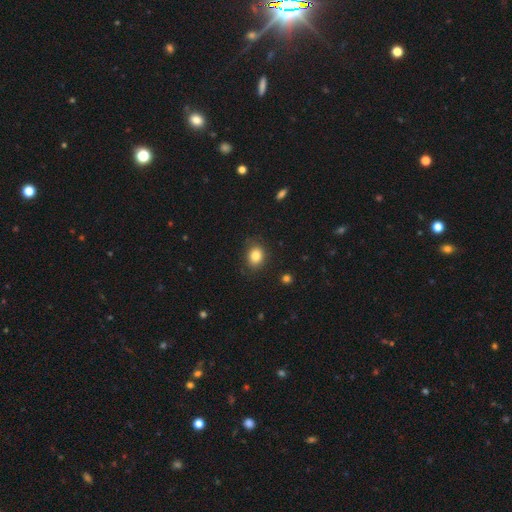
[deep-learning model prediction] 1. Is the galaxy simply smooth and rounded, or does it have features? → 84% smooth, 10% star or artifact, 6% featured or disk.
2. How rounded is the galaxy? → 50% round, 49% in between, 1% cigar-shaped.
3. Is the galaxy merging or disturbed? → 83% none, 12% minor disturbance, 3% major disturbance, 1% merger.